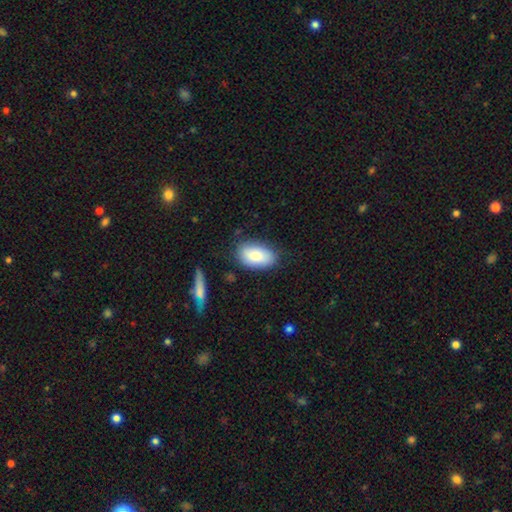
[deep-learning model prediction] Overall: smooth (85%). How rounded: in between (94%). Merging: none (78%).